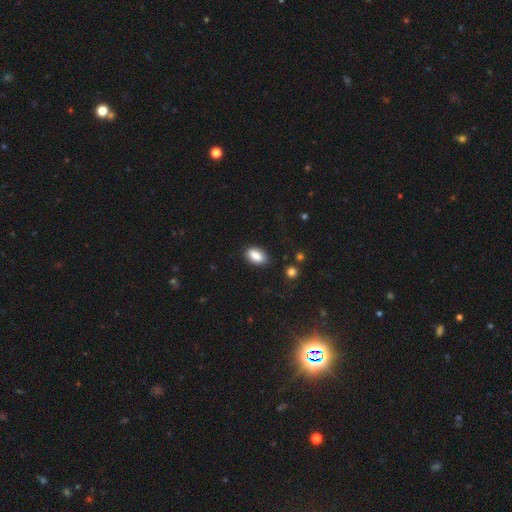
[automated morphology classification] Overall: smooth (85%). How rounded: in between (91%). Merging: none (85%).